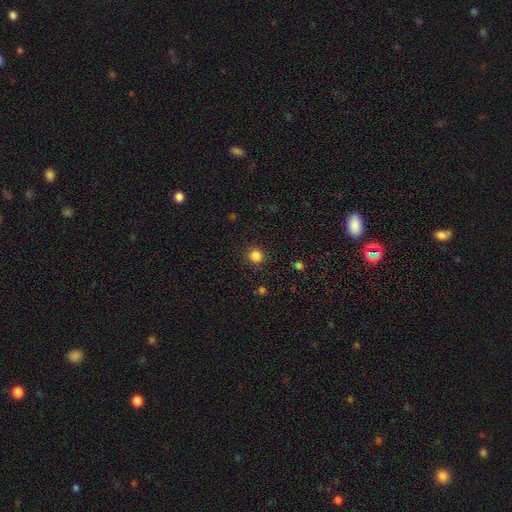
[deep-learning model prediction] A smooth galaxy with no disk features (84%) that is round (92%). Merging: none (91%).